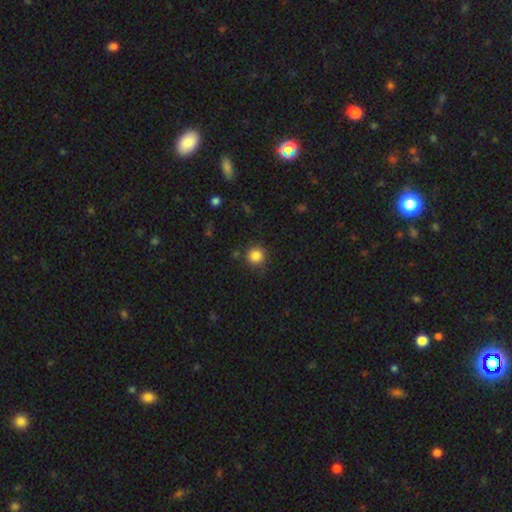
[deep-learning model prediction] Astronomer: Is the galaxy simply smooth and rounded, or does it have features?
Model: smooth — 84%.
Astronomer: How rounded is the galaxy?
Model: round — 94%.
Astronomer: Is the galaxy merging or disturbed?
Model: none — 84%.